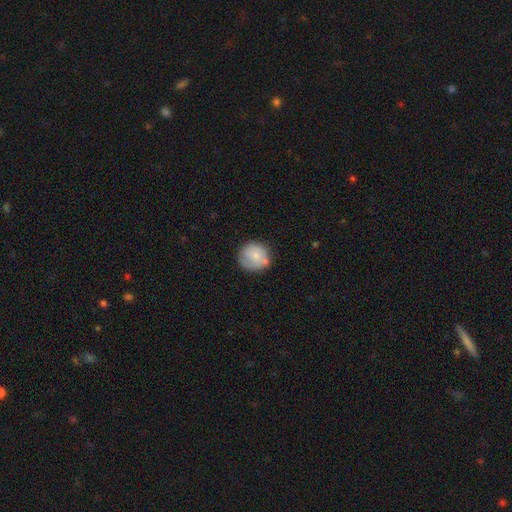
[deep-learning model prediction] The model was most divided on "merging": none: 66%, minor disturbance: 21%, merger: 8%, major disturbance: 5%. More confident: how rounded — round (89%); smooth or featured — smooth (74%).